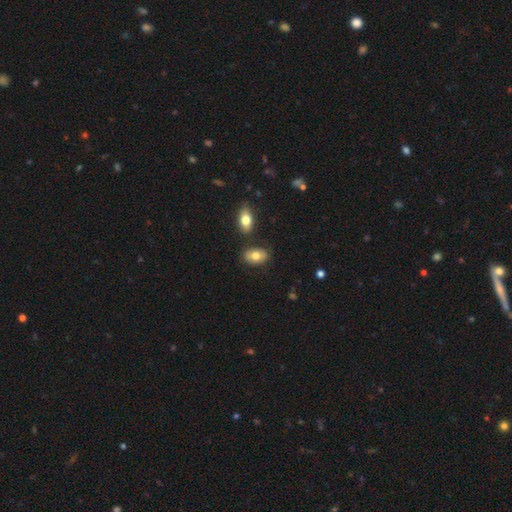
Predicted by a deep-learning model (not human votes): smooth-or-featured: smooth: 73% | featured or disk: 20% | star or artifact: 7%
  how-rounded: in between: 89% | round: 10% | cigar-shaped: 2%
  merging: none: 77% | minor disturbance: 13% | merger: 7% | major disturbance: 3%